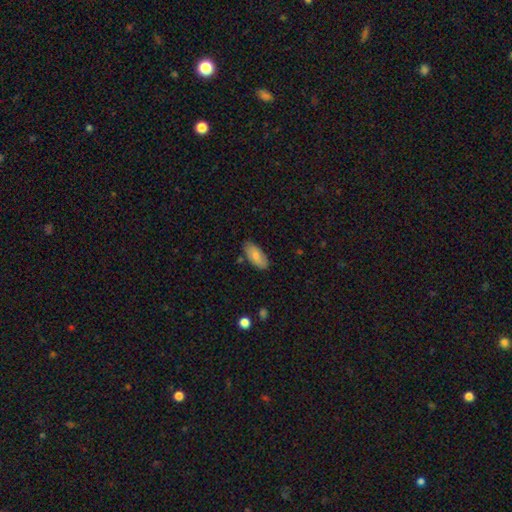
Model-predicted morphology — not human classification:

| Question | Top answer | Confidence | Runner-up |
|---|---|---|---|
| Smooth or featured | smooth | 79% | featured or disk (15%) |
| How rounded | in between | 89% | cigar-shaped (9%) |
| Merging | none | 81% | minor disturbance (14%) |